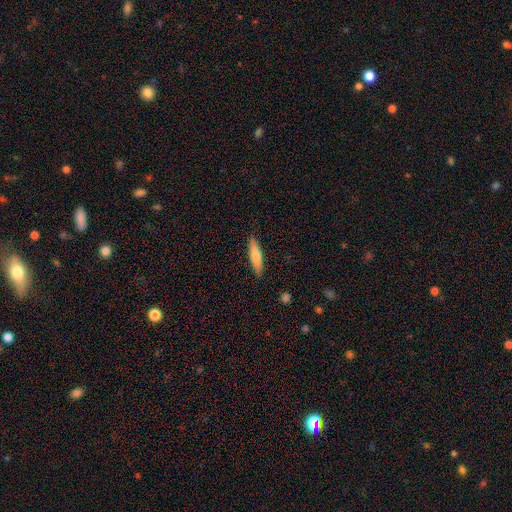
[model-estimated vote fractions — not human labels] smooth 71%, featured or disk 23%, star or artifact 6%. Down the decision tree: how rounded — cigar-shaped (82%); merging — none (88%).